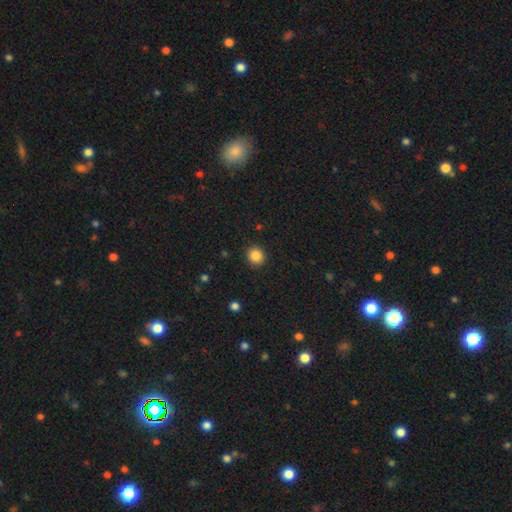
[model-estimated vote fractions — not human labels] A smooth galaxy with no disk features (86%) that is round (88%). Merging: none (92%).